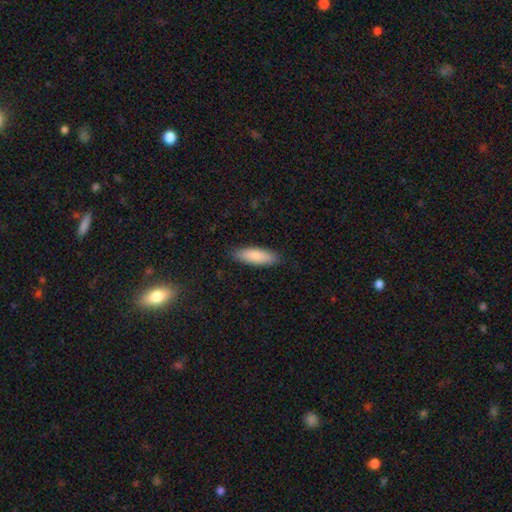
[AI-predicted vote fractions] smooth_or_featured: smooth (p=0.86) [alt: featured or disk p=0.09]
how_rounded: in between (p=0.52) [alt: cigar-shaped p=0.46]
merging: none (p=0.86) [alt: minor disturbance p=0.11]